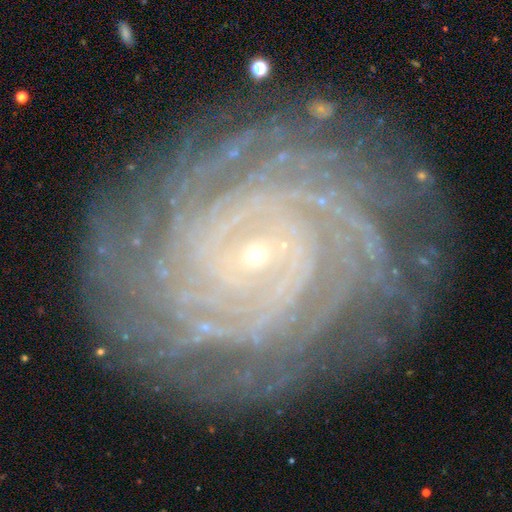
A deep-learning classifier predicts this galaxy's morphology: A featured or disk galaxy (90%) with no bar (58%), more than 4 (31%) tight (86%) spiral arms (98%) and a small central bulge (88%). Merging: none (84%).